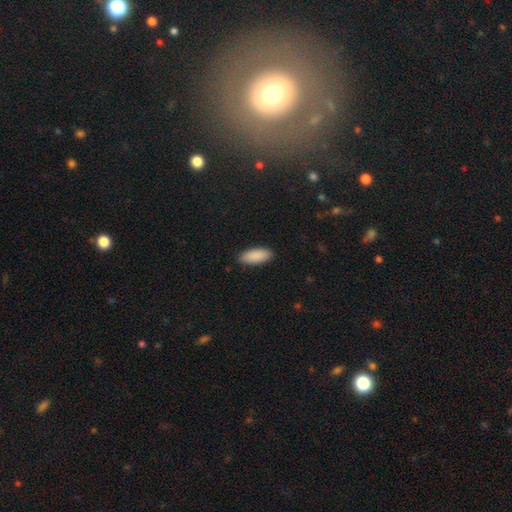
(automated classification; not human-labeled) smooth-or-featured: smooth: 91% | star or artifact: 6% | featured or disk: 3%
  how-rounded: in between: 85% | cigar-shaped: 14% | round: 2%
  merging: none: 89% | minor disturbance: 8% | major disturbance: 2% | merger: 1%